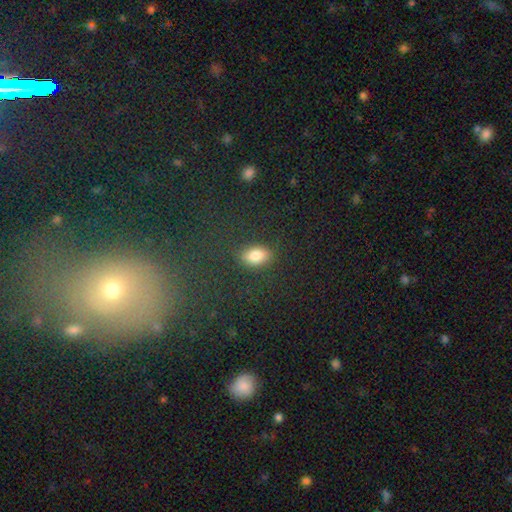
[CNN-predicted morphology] The model was most divided on "smooth or featured": smooth: 81%, star or artifact: 12%, featured or disk: 7%. More confident: how rounded — in between (86%); merging — none (84%).